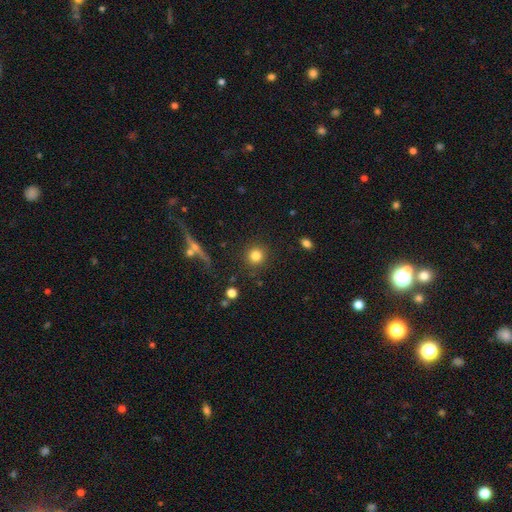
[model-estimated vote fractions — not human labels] This is clearly a smooth galaxy (81%). How rounded: clearly round (93%). Merging: clearly none (88%).